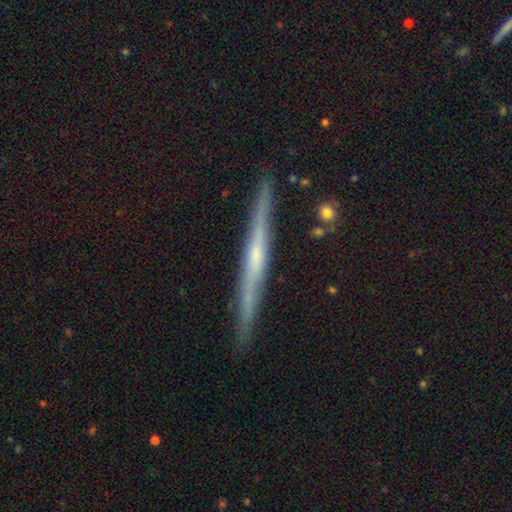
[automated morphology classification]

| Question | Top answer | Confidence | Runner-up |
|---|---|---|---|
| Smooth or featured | featured or disk | 70% | smooth (20%) |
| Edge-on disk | yes | 97% | no (3%) |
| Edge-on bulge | none | 53% | rounded (39%) |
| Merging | none | 90% | minor disturbance (7%) |